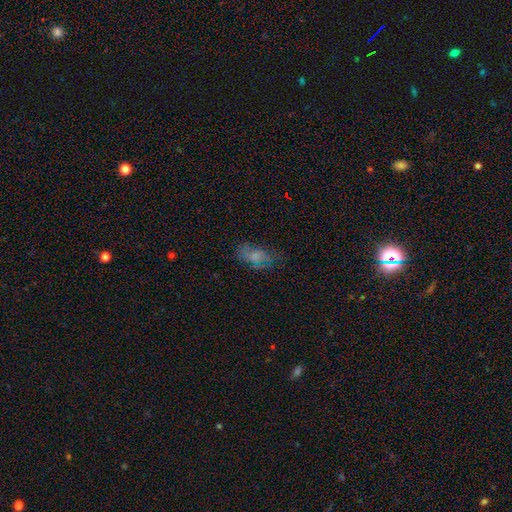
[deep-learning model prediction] A smooth galaxy with no disk features (56%) that is in between round and cigar-shaped (86%).

Vote fractions:
- Smooth or featured? smooth: 56% / featured or disk: 30% / star or artifact: 15%
- How rounded? in between: 86% / cigar-shaped: 8% / round: 6%
- Merging? none: 61% / minor disturbance: 24% / major disturbance: 13% / merger: 2%